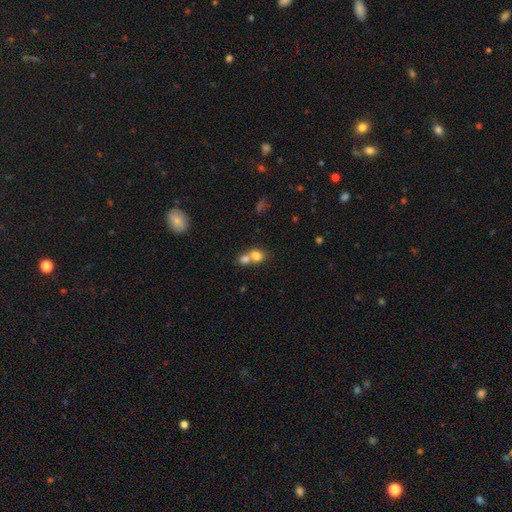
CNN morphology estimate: This is likely a smooth galaxy (77%). How rounded: likely round (63%). Merging: likely merger (66%).